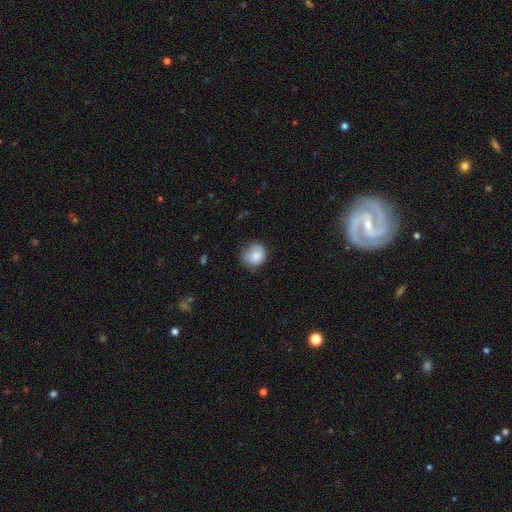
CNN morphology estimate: A smooth galaxy with no disk features (78%) that is round (76%).

Vote fractions:
- Smooth or featured? smooth: 78% / featured or disk: 15% / star or artifact: 8%
- How rounded? round: 76% / in between: 23% / cigar-shaped: 1%
- Merging? none: 60% / minor disturbance: 30% / major disturbance: 8% / merger: 1%